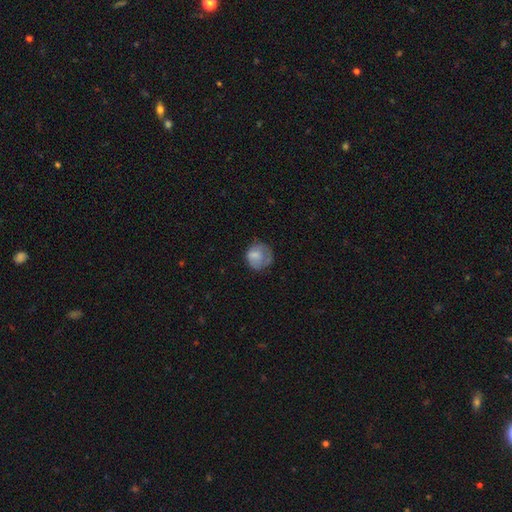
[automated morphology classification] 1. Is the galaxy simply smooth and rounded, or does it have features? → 72% smooth, 20% featured or disk, 8% star or artifact.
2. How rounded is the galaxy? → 78% round, 21% in between, 1% cigar-shaped.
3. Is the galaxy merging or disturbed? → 50% none, 28% minor disturbance, 20% major disturbance, 2% merger.